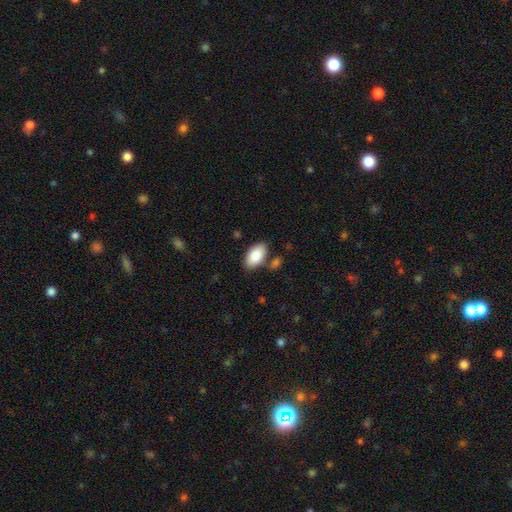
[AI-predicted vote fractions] The model was most divided on "merging": none: 79%, minor disturbance: 12%, merger: 6%, major disturbance: 3%. More confident: how rounded — in between (95%); smooth or featured — smooth (86%).